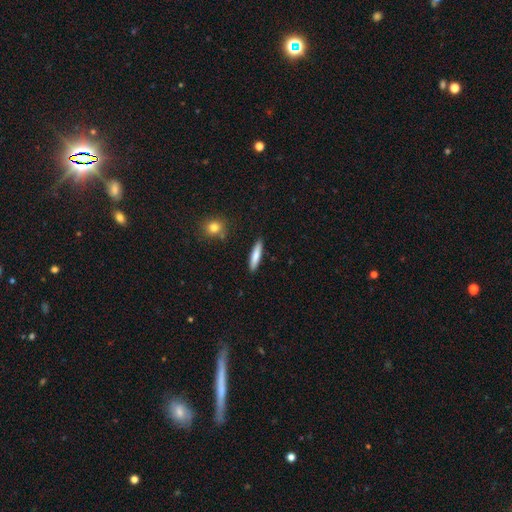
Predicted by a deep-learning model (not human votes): This is likely a smooth galaxy (79%). How rounded: clearly cigar-shaped (84%). Merging: clearly none (90%).